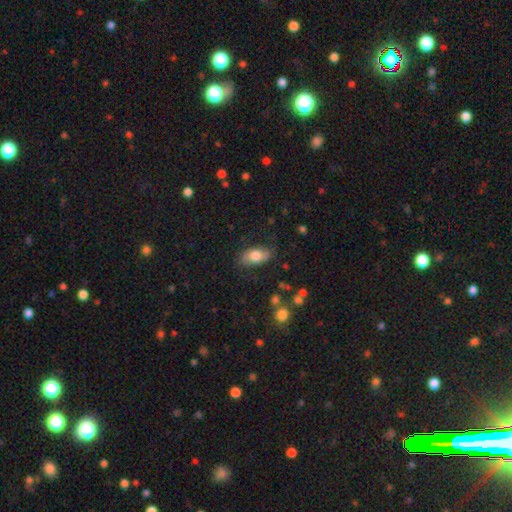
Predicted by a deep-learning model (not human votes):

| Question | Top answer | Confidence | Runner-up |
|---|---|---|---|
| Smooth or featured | smooth | 67% | featured or disk (26%) |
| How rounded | in between | 90% | round (6%) |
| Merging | none | 74% | minor disturbance (18%) |